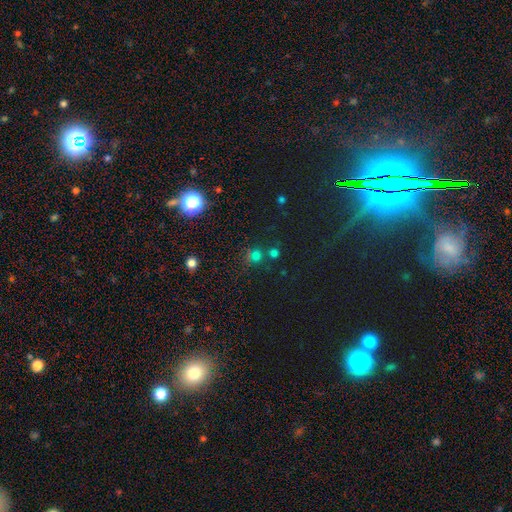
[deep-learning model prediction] smooth_or_featured: smooth (p=0.57) [alt: star or artifact p=0.36]
how_rounded: round (p=0.89) [alt: in between p=0.10]
merging: none (p=0.67) [alt: merger p=0.19]